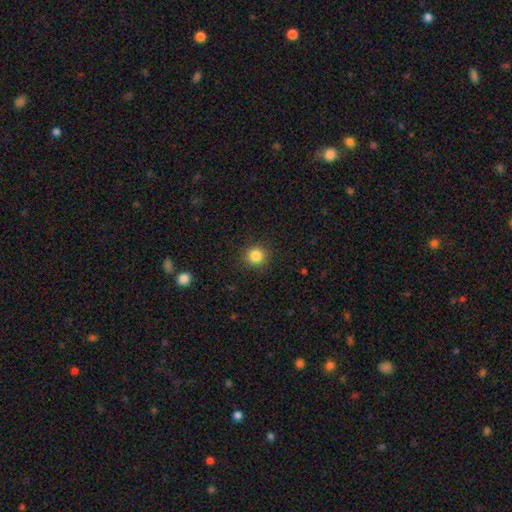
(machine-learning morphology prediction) Smooth or featured? smooth (85%)
How rounded? round (93%)
Merging? none (91%)